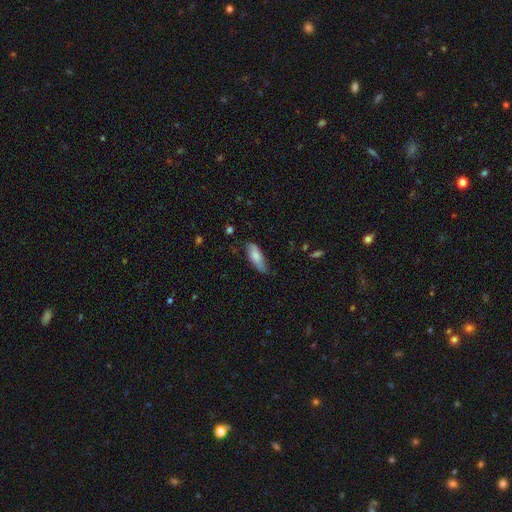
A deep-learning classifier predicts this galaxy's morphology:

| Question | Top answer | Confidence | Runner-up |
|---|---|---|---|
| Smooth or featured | smooth | 72% | featured or disk (21%) |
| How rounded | in between | 68% | cigar-shaped (30%) |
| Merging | none | 61% | minor disturbance (31%) |